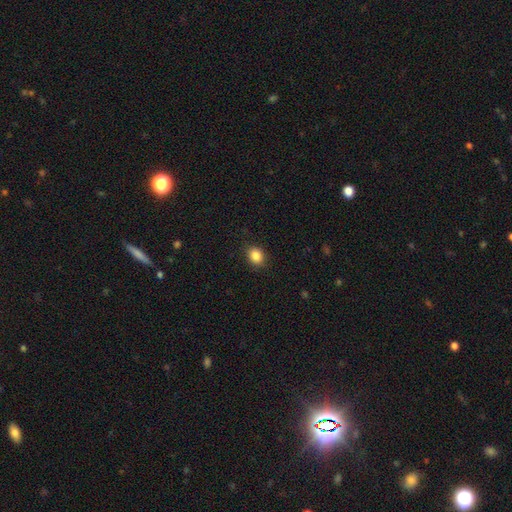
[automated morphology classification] This appears to be a smooth galaxy with no disk features (86%) that is round (56%). Merging: none (88%).